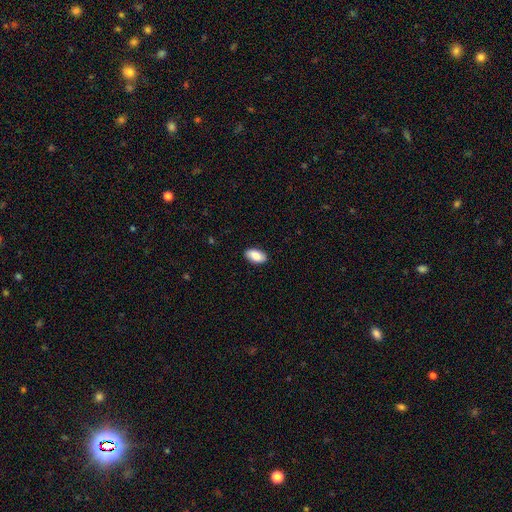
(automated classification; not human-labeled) smooth_or_featured: smooth (p=0.85) [alt: featured or disk p=0.08]
how_rounded: in between (p=0.94) [alt: round p=0.03]
merging: none (p=0.88) [alt: minor disturbance p=0.09]